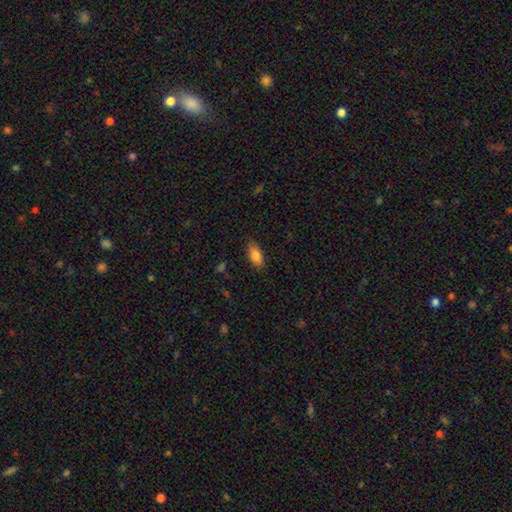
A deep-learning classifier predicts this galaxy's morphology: smooth_or_featured: smooth (p=0.82) [alt: featured or disk p=0.10]
how_rounded: in between (p=0.88) [alt: cigar-shaped p=0.09]
merging: none (p=0.85) [alt: minor disturbance p=0.12]